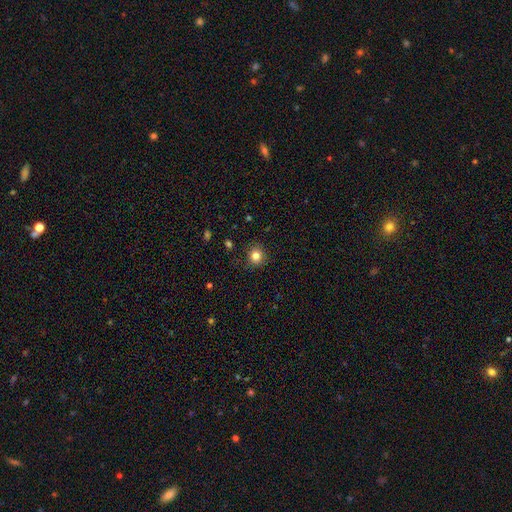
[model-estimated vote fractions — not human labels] This is clearly a smooth galaxy (81%). How rounded: clearly round (87%). Merging: clearly none (87%).